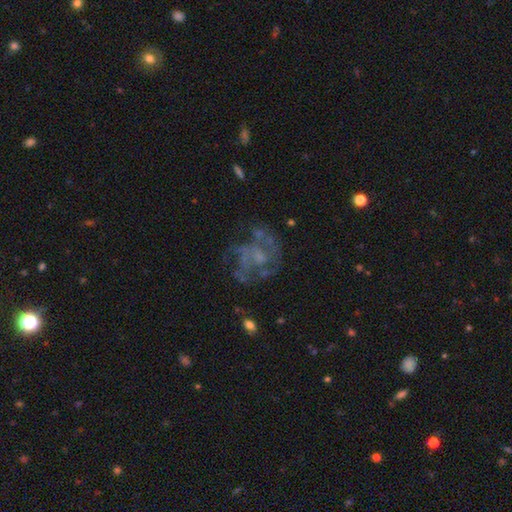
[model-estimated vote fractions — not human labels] Smooth or featured?
  - featured or disk: 72% *
  - smooth: 15%
  - star or artifact: 13%
Edge-on disk?
  - no: 98% *
  - yes: 2%
Bar?
  - no: 75% *
  - weak: 21%
  - strong: 4%
Spiral arms?
  - yes: 60% *
  - no: 40%
Bulge size?
  - none: 47% *
  - small: 24%
  - moderate: 24%
  - large: 4%
  - dominant: 1%
Merging?
  - none: 53% *
  - major disturbance: 26%
  - minor disturbance: 17%
  - merger: 4%